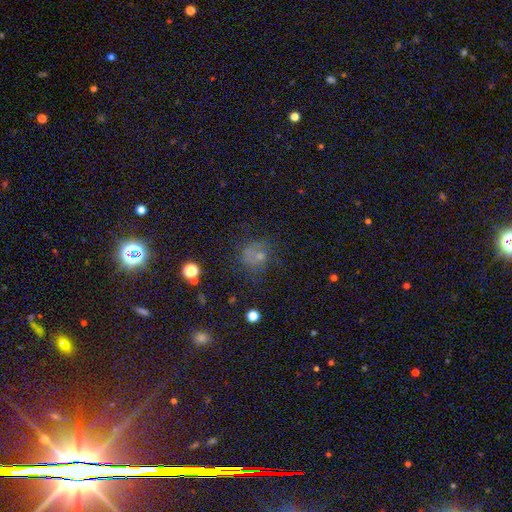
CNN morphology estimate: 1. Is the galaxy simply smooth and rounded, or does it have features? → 56% smooth, 24% star or artifact, 20% featured or disk.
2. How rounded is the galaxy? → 72% round, 27% in between, 1% cigar-shaped.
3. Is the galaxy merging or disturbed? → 51% none, 22% minor disturbance, 21% major disturbance, 7% merger.